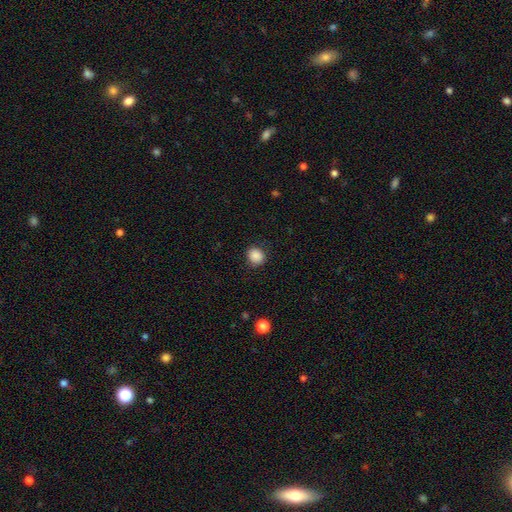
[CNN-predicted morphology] smooth 88%, star or artifact 9%, featured or disk 3%. Down the decision tree: how rounded — round (80%); merging — none (87%).